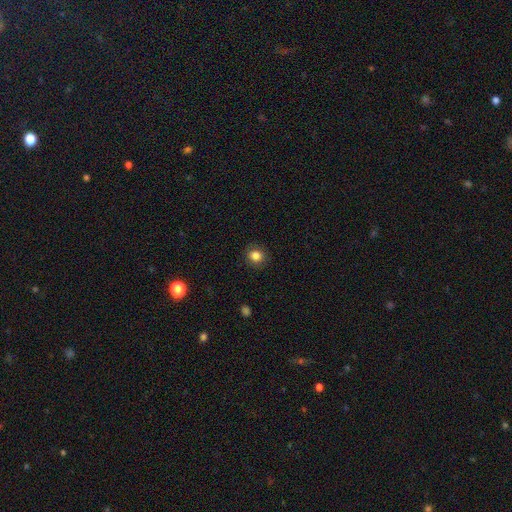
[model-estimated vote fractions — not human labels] Smooth or featured? smooth (83%)
How rounded? round (84%)
Merging? none (89%)